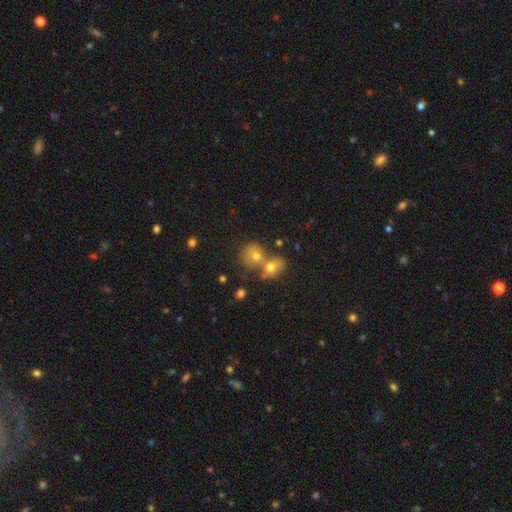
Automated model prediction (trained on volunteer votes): Overall: smooth (70%). How rounded: round (67%; in between 32%). Merging: merger (61%; none 27%).